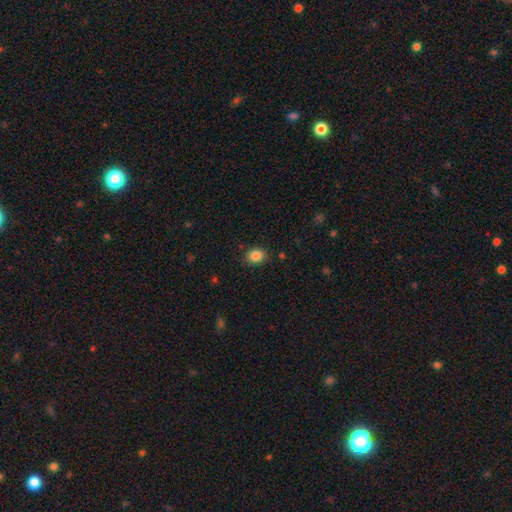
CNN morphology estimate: type=smooth (85%); roundness=round (52%); merging=none (86%).